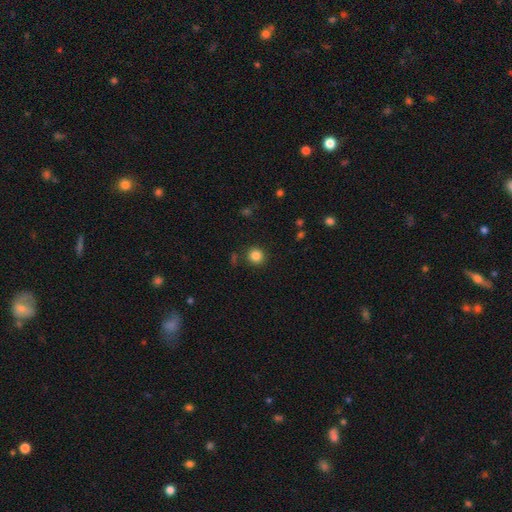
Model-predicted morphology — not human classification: smooth_or_featured: smooth (p=0.84) [alt: star or artifact p=0.12]
how_rounded: round (p=0.92) [alt: in between p=0.07]
merging: none (p=0.88) [alt: minor disturbance p=0.07]